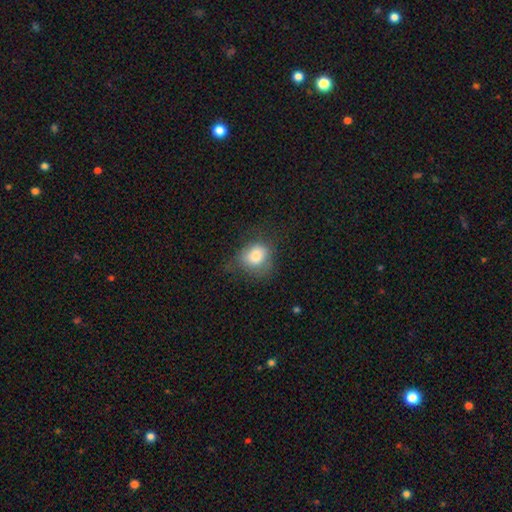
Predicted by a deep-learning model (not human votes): Smooth or featured: smooth — 79% (featured or disk — 11%)
How rounded: round — 58% (in between — 41%)
Merging: none — 54% (minor disturbance — 28%)